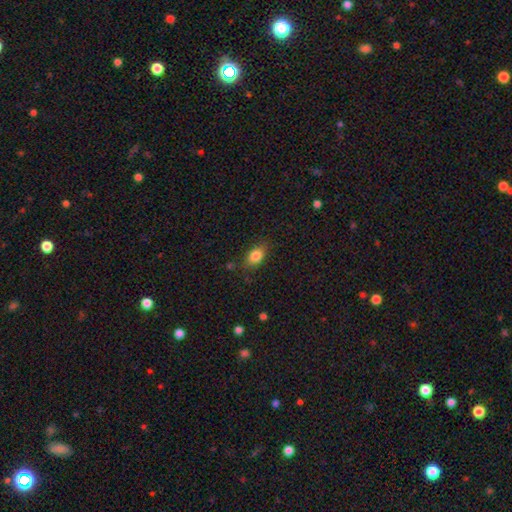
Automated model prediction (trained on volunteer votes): Q: Smooth or featured?
A: smooth (84%); runner-up: star or artifact (9%)
Q: How rounded?
A: in between (81%); runner-up: round (16%)
Q: Merging?
A: none (79%); runner-up: minor disturbance (15%)